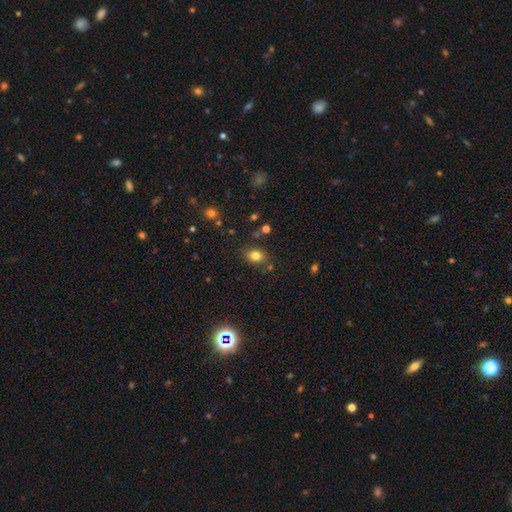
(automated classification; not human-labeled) The model was most divided on "how rounded": in between: 61%, round: 38%, cigar-shaped: 1%. More confident: smooth or featured — smooth (79%); merging — none (79%).